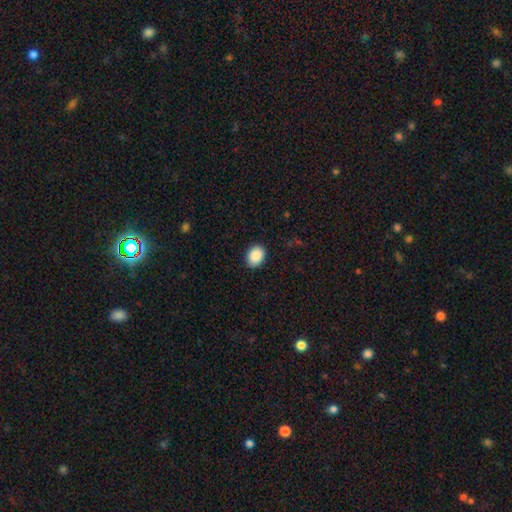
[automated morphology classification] Smooth or featured?
  - smooth: 89% *
  - star or artifact: 7%
  - featured or disk: 3%
How rounded?
  - in between: 63% *
  - round: 36%
  - cigar-shaped: 1%
Merging?
  - none: 88% *
  - minor disturbance: 9%
  - major disturbance: 2%
  - merger: 1%